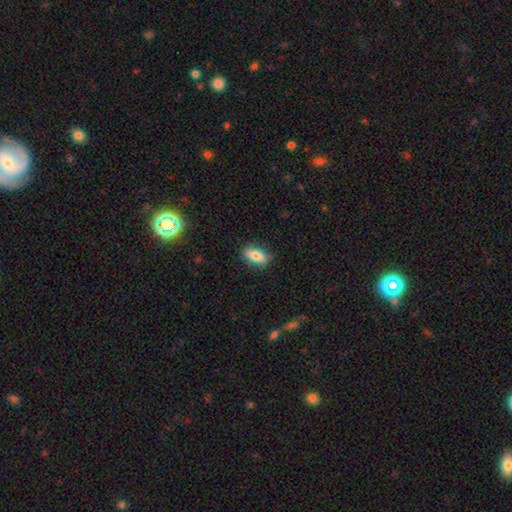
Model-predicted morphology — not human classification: Overall: smooth (78%). How rounded: in between (84%). Merging: none (85%).